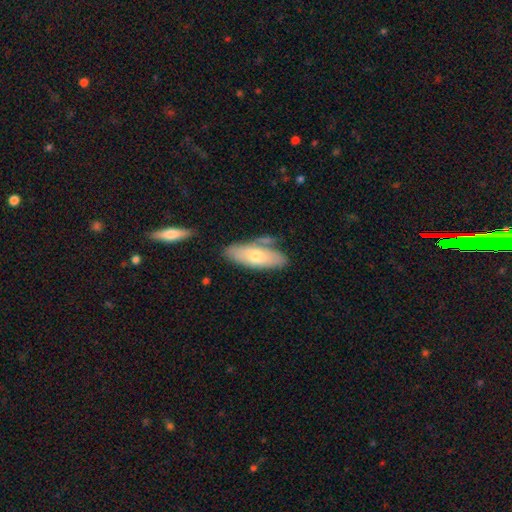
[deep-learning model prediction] smooth_or_featured: smooth (p=0.63) [alt: featured or disk p=0.31]
how_rounded: in between (p=0.73) [alt: cigar-shaped p=0.25]
merging: none (p=0.63) [alt: minor disturbance p=0.19]